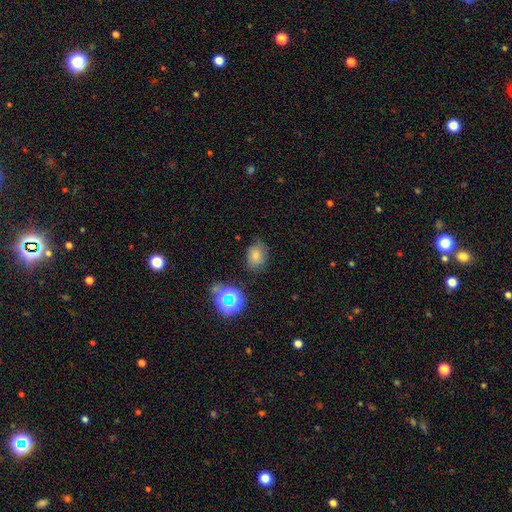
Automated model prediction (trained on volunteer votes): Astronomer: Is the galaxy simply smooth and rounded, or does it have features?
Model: smooth — 72%.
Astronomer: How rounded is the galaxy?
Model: in between — 61% (runner-up: round, 38%).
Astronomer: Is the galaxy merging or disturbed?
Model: none — 68%.